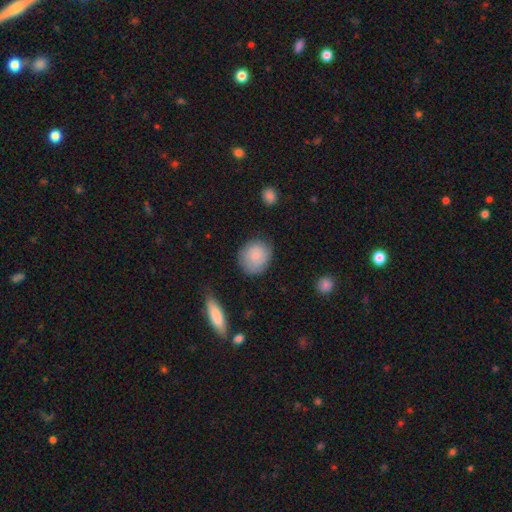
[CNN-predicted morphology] Smooth or featured?
  - smooth: 82% *
  - featured or disk: 11%
  - star or artifact: 7%
How rounded?
  - round: 73% *
  - in between: 26%
  - cigar-shaped: 1%
Merging?
  - none: 76% *
  - minor disturbance: 17%
  - major disturbance: 4%
  - merger: 2%